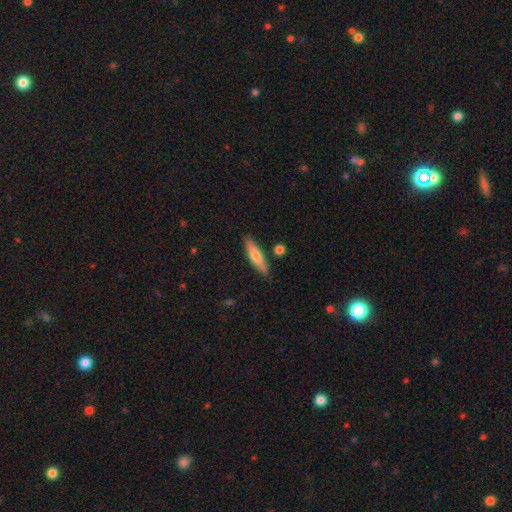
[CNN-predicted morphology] Q: Smooth or featured?
A: smooth (64%); runner-up: featured or disk (30%)
Q: How rounded?
A: cigar-shaped (74%); runner-up: in between (24%)
Q: Merging?
A: none (84%); runner-up: minor disturbance (10%)